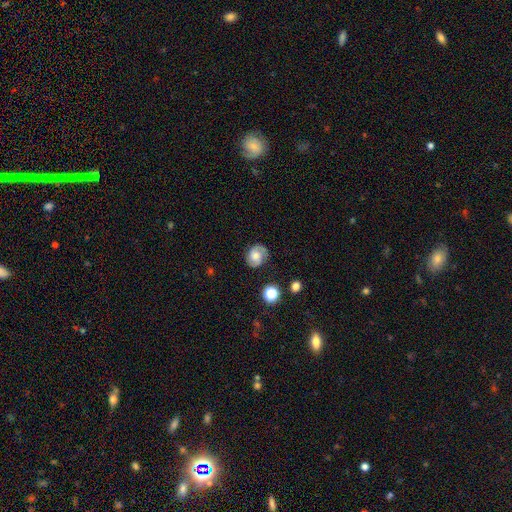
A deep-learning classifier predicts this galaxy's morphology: smooth_or_featured: featured or disk (p=0.58) [alt: smooth p=0.32]
disk_edge_on: no (p=0.97) [alt: yes p=0.03]
bar: no (p=0.63) [alt: weak p=0.32]
has_spiral_arms: yes (p=0.91) [alt: no p=0.09]
spiral_winding: medium (p=0.44) [alt: tight p=0.41]
spiral_arm_count: 2 (p=0.83) [alt: can't tell p=0.09]
bulge_size: moderate (p=0.51) [alt: small p=0.24]
merging: none (p=0.77) [alt: minor disturbance p=0.17]